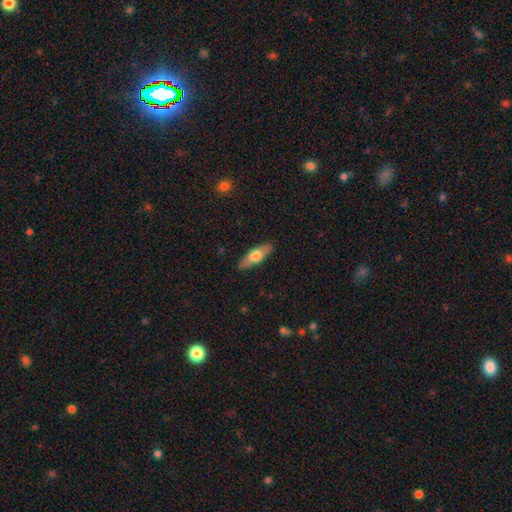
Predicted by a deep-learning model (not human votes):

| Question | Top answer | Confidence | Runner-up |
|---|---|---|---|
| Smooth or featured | smooth | 60% | featured or disk (35%) |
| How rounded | in between | 54% | cigar-shaped (43%) |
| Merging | none | 88% | minor disturbance (9%) |